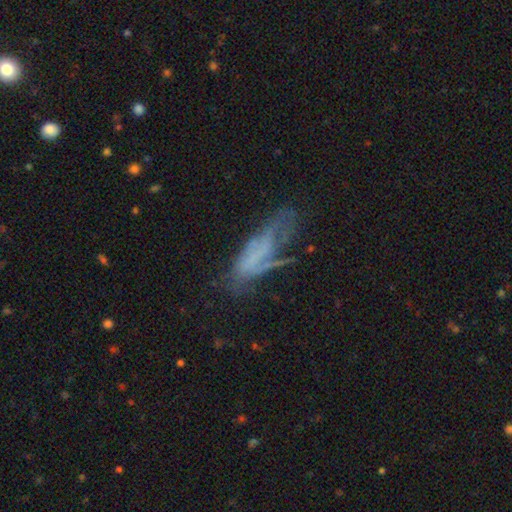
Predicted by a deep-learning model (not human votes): This appears to be a featured or disk galaxy (50%). Merging: major disturbance (37%).